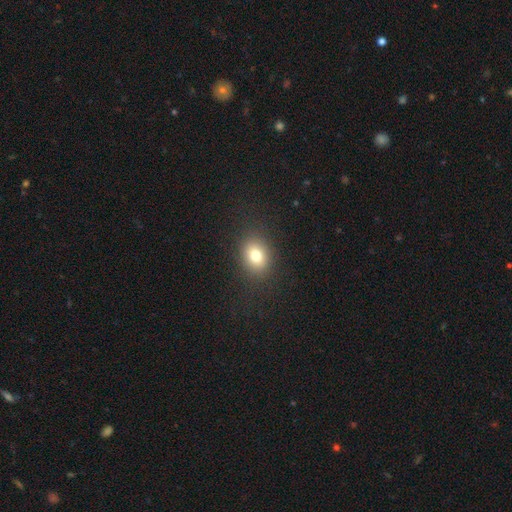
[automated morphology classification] This appears to be a smooth galaxy with no disk features (77%) that is in between round and cigar-shaped (55%). Merging: none (87%).